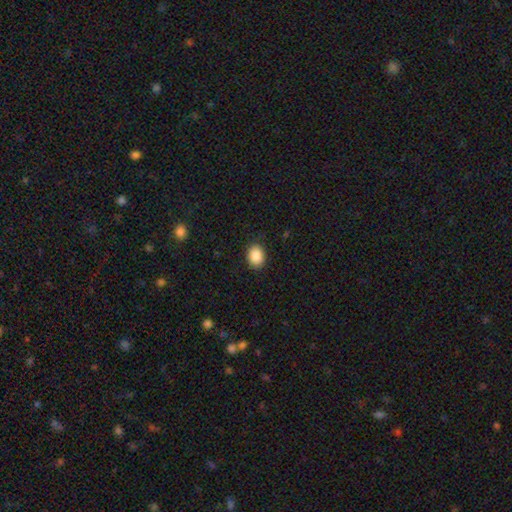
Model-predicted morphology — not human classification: This is clearly a smooth galaxy (89%). How rounded: likely in between (62%). Merging: clearly none (88%).